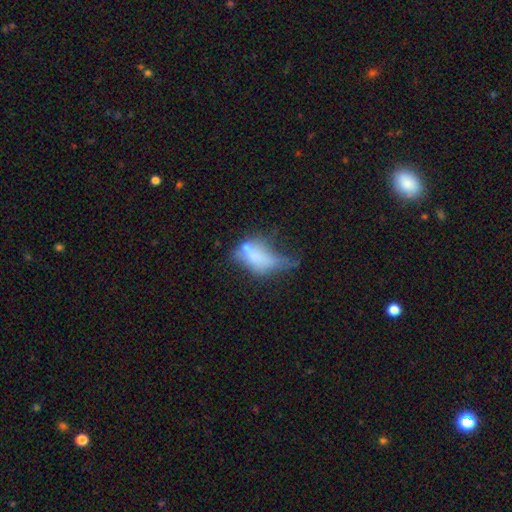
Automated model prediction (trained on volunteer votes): The model was most divided on "smooth or featured": smooth: 48%, featured or disk: 39%, star or artifact: 13%. Remaining: merging — major disturbance (43%).